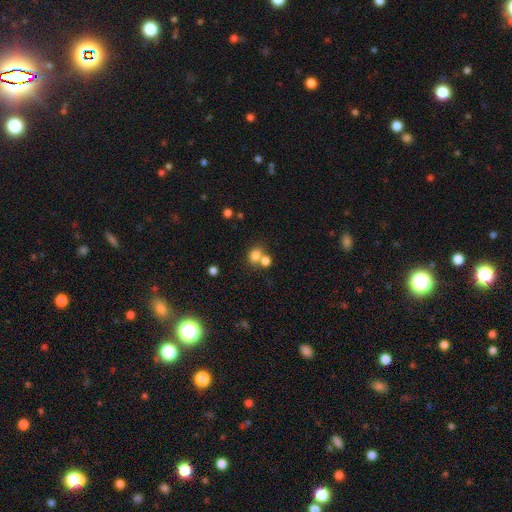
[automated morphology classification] Smooth or featured?
  - smooth: 78% *
  - star or artifact: 13%
  - featured or disk: 9%
How rounded?
  - round: 53% *
  - in between: 45%
  - cigar-shaped: 1%
Merging?
  - none: 47% *
  - merger: 39%
  - minor disturbance: 9%
  - major disturbance: 5%